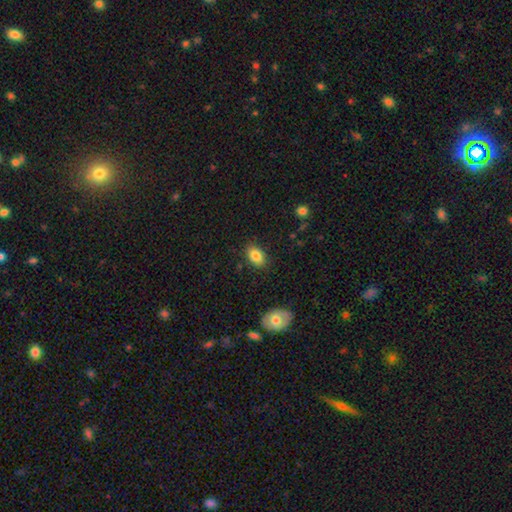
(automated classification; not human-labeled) Smooth or featured? Predicted: smooth (p=0.84). How rounded? Predicted: in between (p=0.87). Merging? Predicted: none (p=0.85).